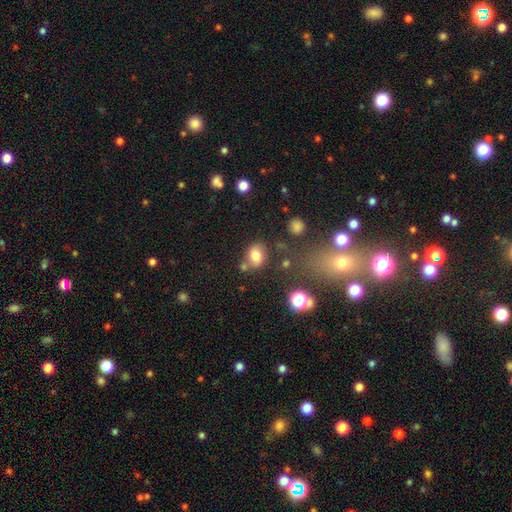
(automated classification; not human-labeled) A smooth galaxy with no disk features (74%) that is in between round and cigar-shaped (56%).

Vote fractions:
- Smooth or featured? smooth: 74% / featured or disk: 13% / star or artifact: 13%
- How rounded? in between: 56% / round: 42% / cigar-shaped: 1%
- Merging? none: 64% / minor disturbance: 16% / merger: 14% / major disturbance: 5%